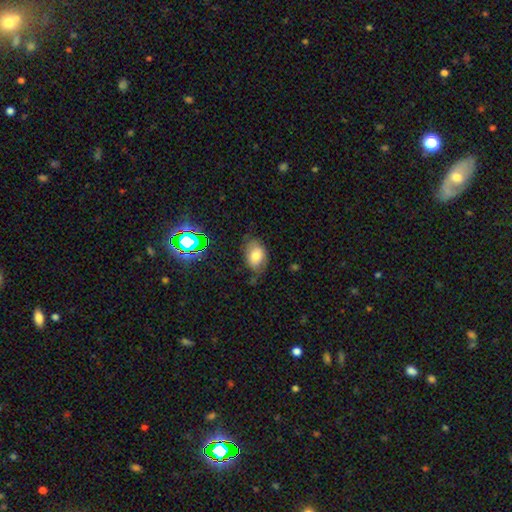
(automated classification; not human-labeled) A smooth galaxy with no disk features (69%) that is in between round and cigar-shaped (80%). Merging: none (59%).